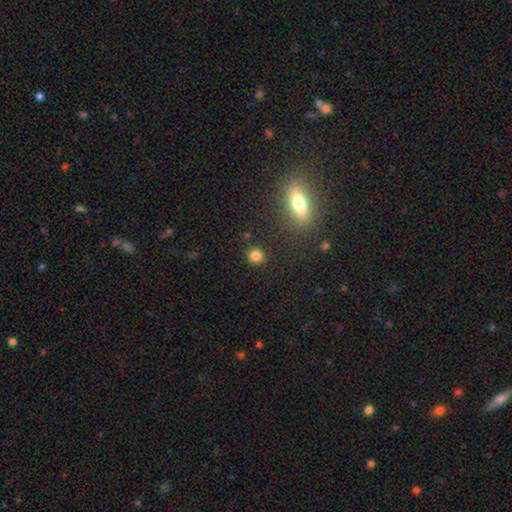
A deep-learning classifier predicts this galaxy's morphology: A smooth galaxy with no disk features (82%) that is round (88%). Merging: none (88%).